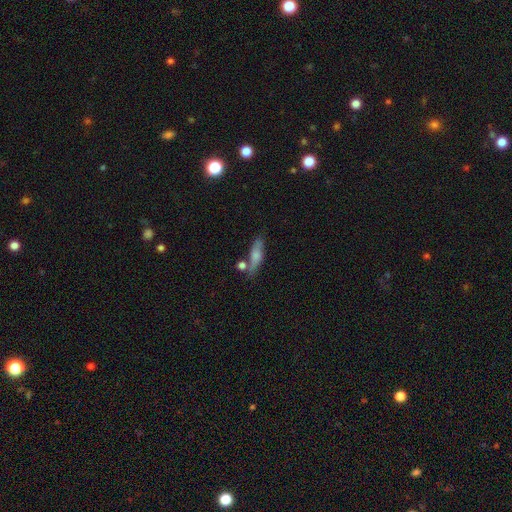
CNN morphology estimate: Q: Smooth or featured?
A: smooth (64%); runner-up: featured or disk (28%)
Q: How rounded?
A: cigar-shaped (59%); runner-up: in between (37%)
Q: Merging?
A: none (62%); runner-up: minor disturbance (17%)